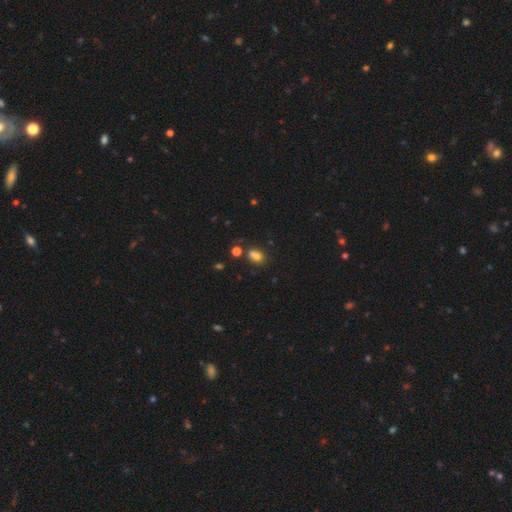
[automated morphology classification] Smooth or featured?
  - smooth: 76% *
  - star or artifact: 15%
  - featured or disk: 9%
How rounded?
  - in between: 66% *
  - round: 32%
  - cigar-shaped: 2%
Merging?
  - none: 55% *
  - merger: 23%
  - minor disturbance: 16%
  - major disturbance: 5%